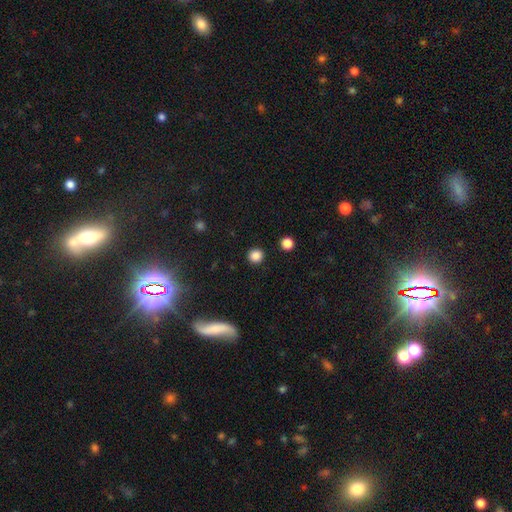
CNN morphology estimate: Smooth or featured? Predicted: smooth (p=0.85). How rounded? Predicted: round (p=0.93). Merging? Predicted: none (p=0.92).